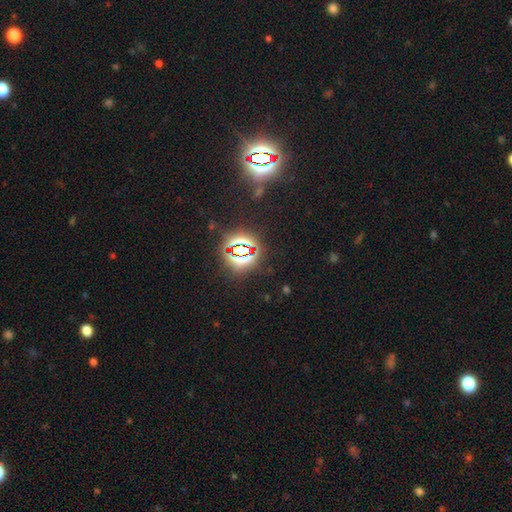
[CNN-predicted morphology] Smooth or featured? star or artifact (84%)